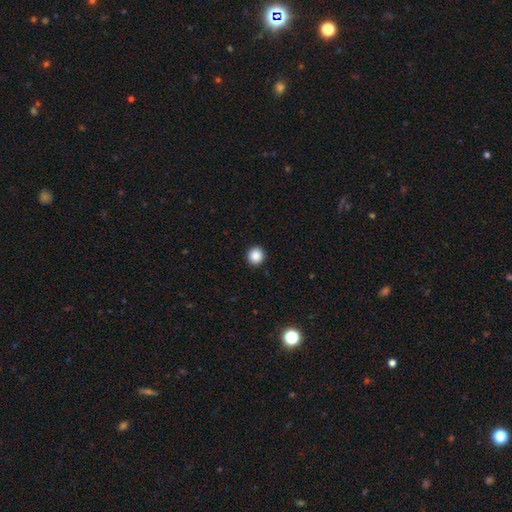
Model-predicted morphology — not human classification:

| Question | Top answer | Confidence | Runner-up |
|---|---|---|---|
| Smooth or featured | smooth | 88% | star or artifact (9%) |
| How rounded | round | 94% | in between (5%) |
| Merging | none | 93% | minor disturbance (4%) |